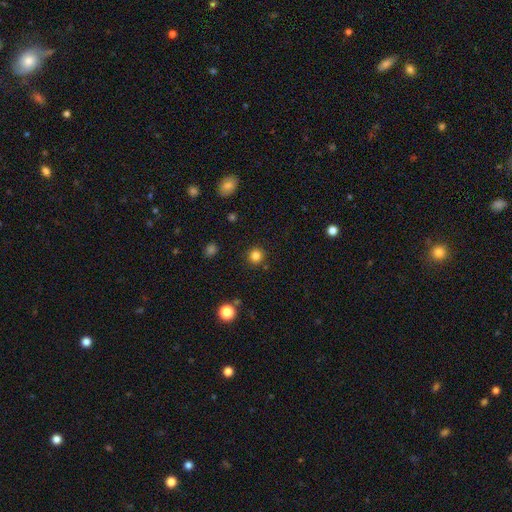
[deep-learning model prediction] Smooth or featured?
  - smooth: 83% *
  - star or artifact: 13%
  - featured or disk: 4%
How rounded?
  - round: 94% *
  - in between: 5%
  - cigar-shaped: 1%
Merging?
  - none: 90% *
  - minor disturbance: 6%
  - major disturbance: 2%
  - merger: 2%